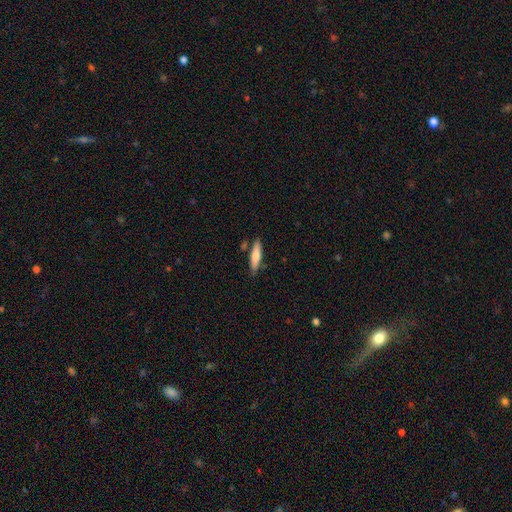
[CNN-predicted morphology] smooth-or-featured: smooth: 68% | featured or disk: 26% | star or artifact: 6%
  how-rounded: cigar-shaped: 79% | in between: 20% | round: 2%
  merging: none: 79% | minor disturbance: 12% | merger: 6% | major disturbance: 2%